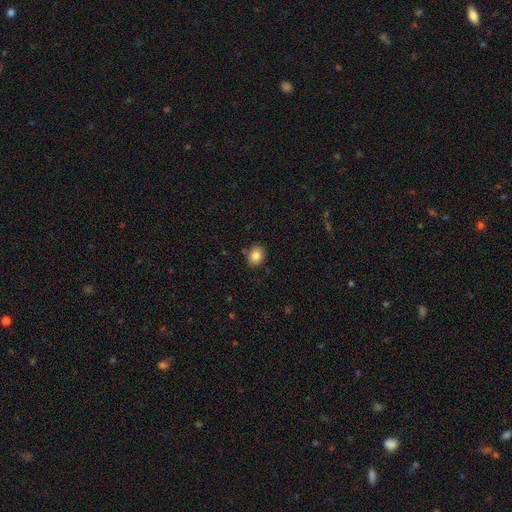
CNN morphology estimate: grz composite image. It shows a smooth galaxy with no disk features (83%) that is in between round and cigar-shaped (52%). Merging: none (84%).